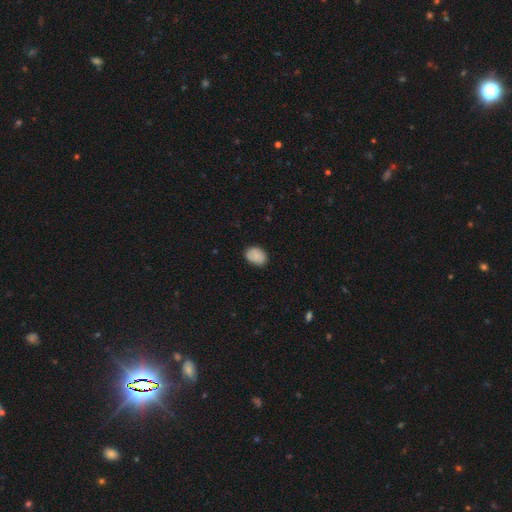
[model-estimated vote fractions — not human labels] smooth-or-featured: smooth: 87% | star or artifact: 8% | featured or disk: 5%
  how-rounded: in between: 73% | round: 26% | cigar-shaped: 1%
  merging: none: 82% | minor disturbance: 14% | major disturbance: 2% | merger: 1%